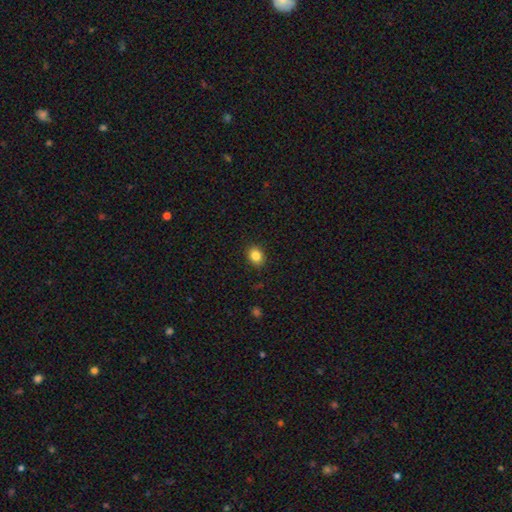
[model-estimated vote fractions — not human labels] The model was most divided on "how rounded": in between: 51%, round: 48%, cigar-shaped: 1%. More confident: merging — none (90%); smooth or featured — smooth (84%).